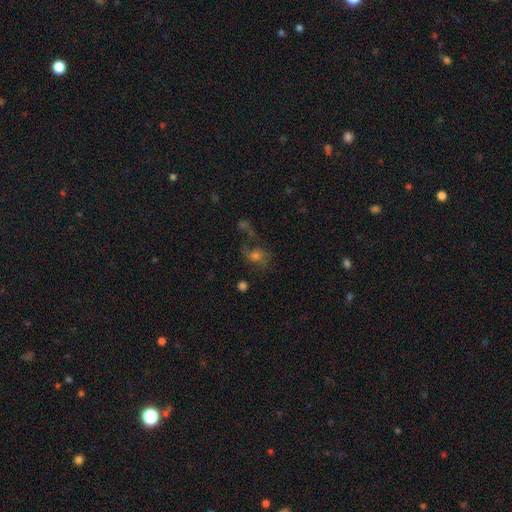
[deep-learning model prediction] Q: Smooth or featured?
A: smooth (40%); runner-up: featured or disk (37%)
Q: Merging?
A: none (43%); runner-up: major disturbance (25%)